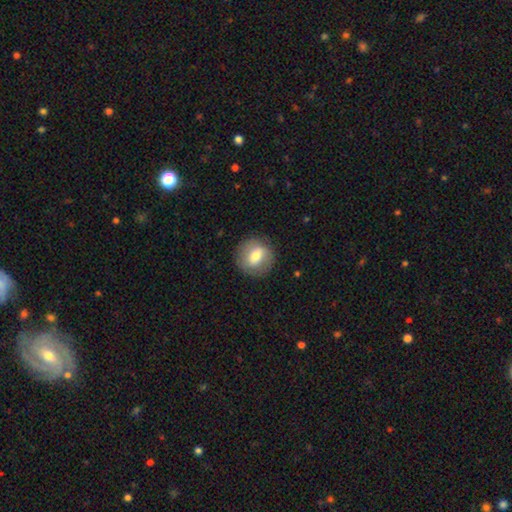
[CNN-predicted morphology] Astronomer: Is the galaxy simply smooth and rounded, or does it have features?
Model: smooth — 59% (runner-up: featured or disk, 34%).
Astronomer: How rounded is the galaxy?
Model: round — 83%.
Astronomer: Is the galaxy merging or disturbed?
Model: none — 84%.